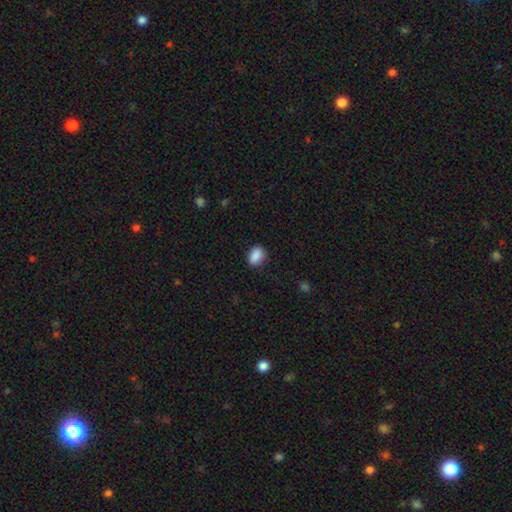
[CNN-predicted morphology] A smooth galaxy with no disk features (88%) that is in between round and cigar-shaped (71%).

Vote fractions:
- Smooth or featured? smooth: 88% / star or artifact: 8% / featured or disk: 4%
- How rounded? in between: 71% / round: 27% / cigar-shaped: 1%
- Merging? none: 82% / minor disturbance: 14% / major disturbance: 3% / merger: 1%